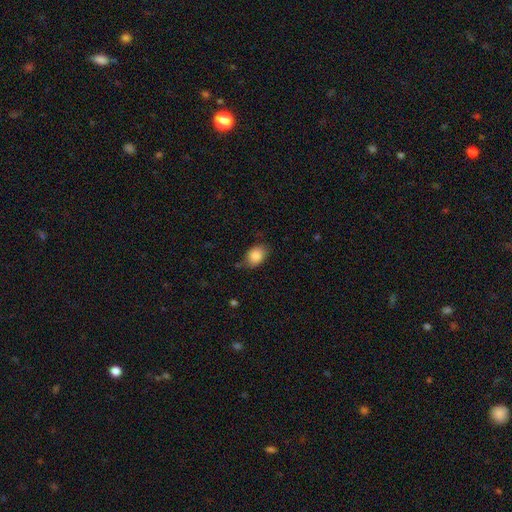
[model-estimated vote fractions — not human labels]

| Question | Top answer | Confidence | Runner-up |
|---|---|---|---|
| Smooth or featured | smooth | 86% | star or artifact (8%) |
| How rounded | in between | 71% | round (28%) |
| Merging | none | 72% | minor disturbance (22%) |